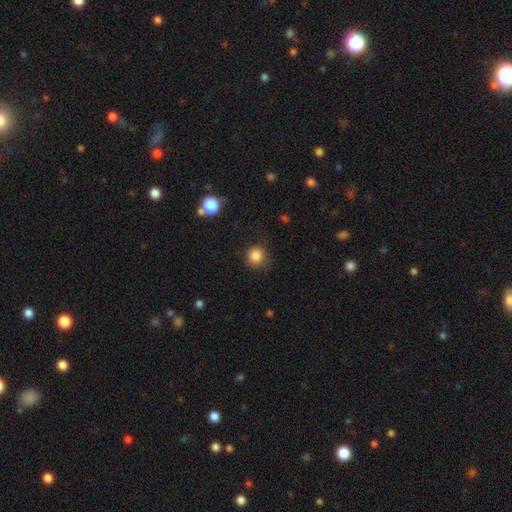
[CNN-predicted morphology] Q: Smooth or featured?
A: smooth (85%); runner-up: star or artifact (11%)
Q: How rounded?
A: round (92%); runner-up: in between (7%)
Q: Merging?
A: none (81%); runner-up: minor disturbance (13%)